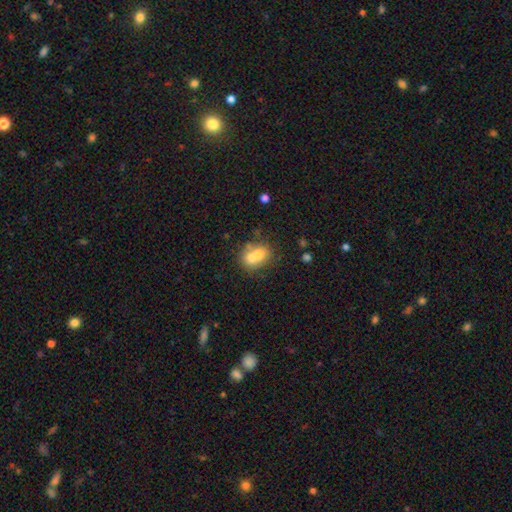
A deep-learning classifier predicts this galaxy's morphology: Smooth or featured: smooth — 67% (featured or disk — 23%)
How rounded: round — 51% (in between — 48%)
Merging: merger — 58% (none — 29%)